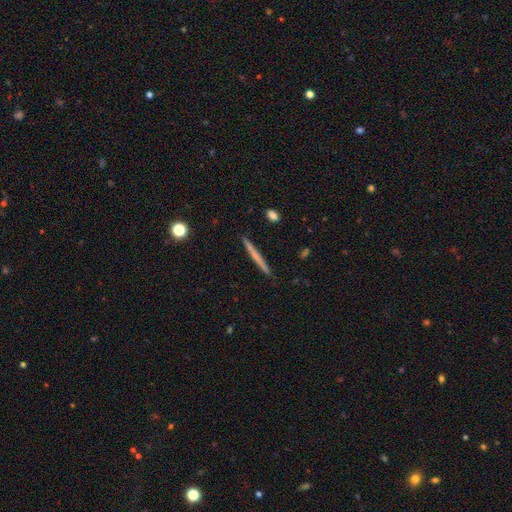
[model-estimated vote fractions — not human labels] A smooth galaxy with no disk features (55%) that is cigar-shaped (96%). Merging: none (92%).